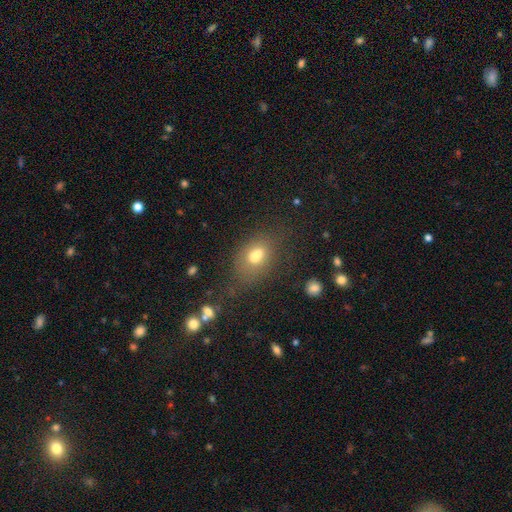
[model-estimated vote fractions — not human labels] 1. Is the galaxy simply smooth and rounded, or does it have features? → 70% smooth, 16% star or artifact, 14% featured or disk.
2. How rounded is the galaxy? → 74% in between, 24% round, 3% cigar-shaped.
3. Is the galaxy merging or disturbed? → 56% none, 20% minor disturbance, 15% merger, 10% major disturbance.